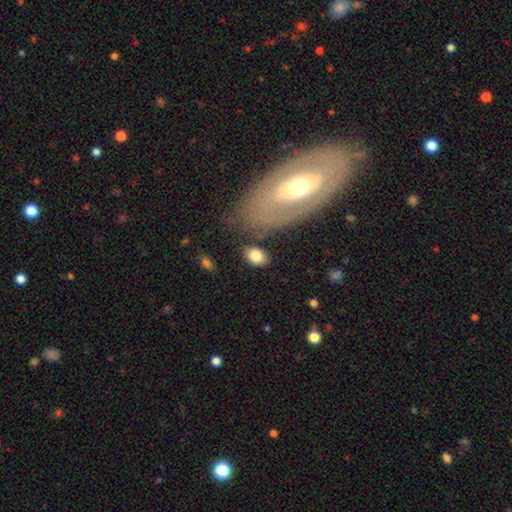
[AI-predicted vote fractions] This appears to be a smooth galaxy with no disk features (80%) that is in between round and cigar-shaped (85%). Merging: none (77%).